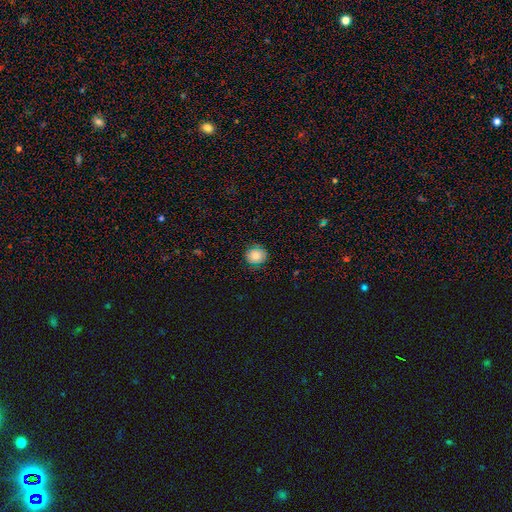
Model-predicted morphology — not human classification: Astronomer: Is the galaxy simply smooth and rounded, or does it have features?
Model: smooth — 77%.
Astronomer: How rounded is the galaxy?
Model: round — 89%.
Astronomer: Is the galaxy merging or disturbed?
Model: none — 84%.